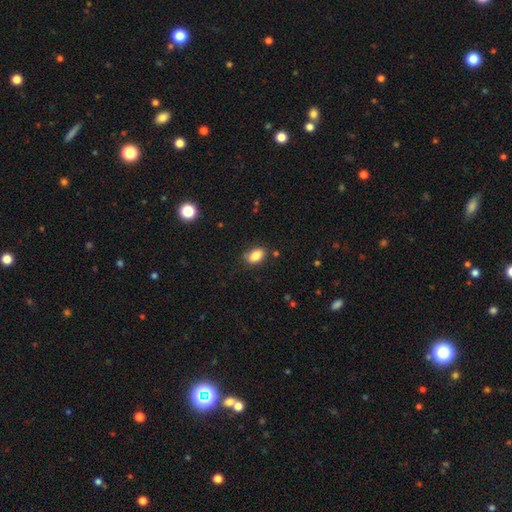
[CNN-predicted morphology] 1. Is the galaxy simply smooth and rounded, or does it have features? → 85% smooth, 8% star or artifact, 7% featured or disk.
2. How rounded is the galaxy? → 88% in between, 10% round, 2% cigar-shaped.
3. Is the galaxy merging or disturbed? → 79% none, 16% minor disturbance, 3% major disturbance, 2% merger.